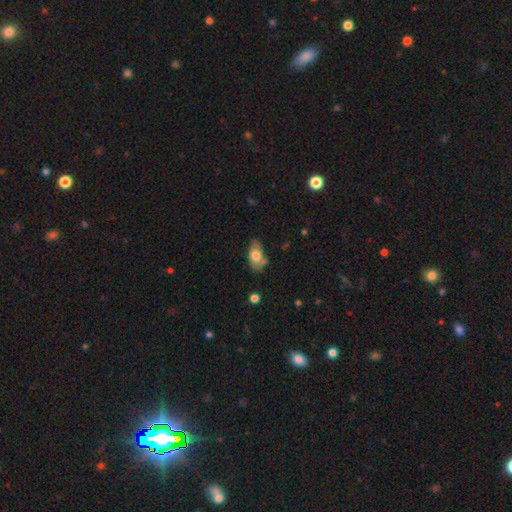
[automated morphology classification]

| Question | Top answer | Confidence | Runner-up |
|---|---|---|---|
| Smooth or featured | smooth | 72% | featured or disk (21%) |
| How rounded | in between | 91% | round (5%) |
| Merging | none | 53% | minor disturbance (33%) |